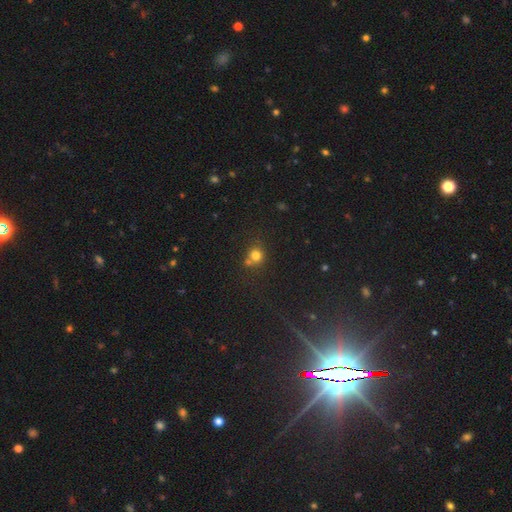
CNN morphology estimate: This is likely a smooth galaxy (76%). How rounded: clearly round (87%). Merging: possibly none (59%).